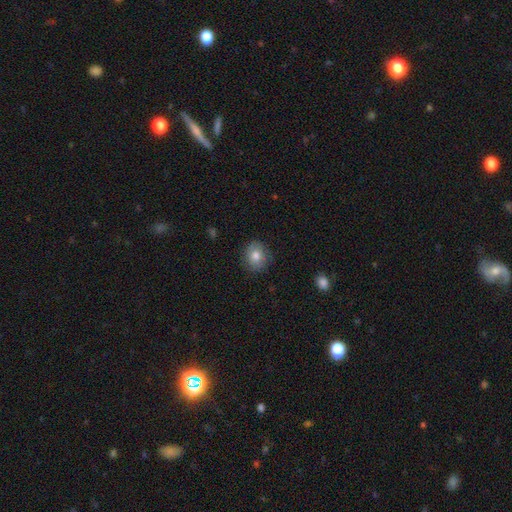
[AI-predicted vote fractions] smooth-or-featured: smooth: 78% | featured or disk: 13% | star or artifact: 9%
  how-rounded: round: 71% | in between: 28% | cigar-shaped: 1%
  merging: none: 85% | minor disturbance: 12% | major disturbance: 3% | merger: 1%